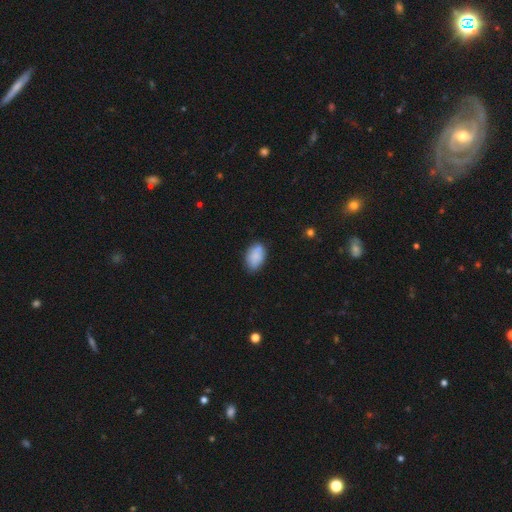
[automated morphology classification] The model was most divided on "merging": none: 68%, minor disturbance: 22%, merger: 5%, major disturbance: 5%. More confident: how rounded — in between (90%); smooth or featured — smooth (81%).